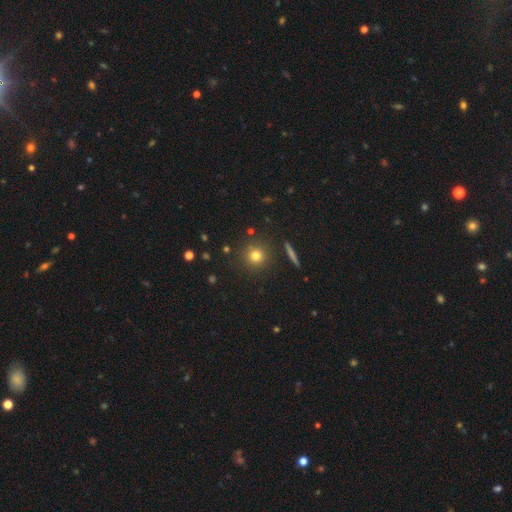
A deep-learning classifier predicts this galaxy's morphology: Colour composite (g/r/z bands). It shows a smooth galaxy with no disk features (76%) that is round (93%). Merging: none (88%).